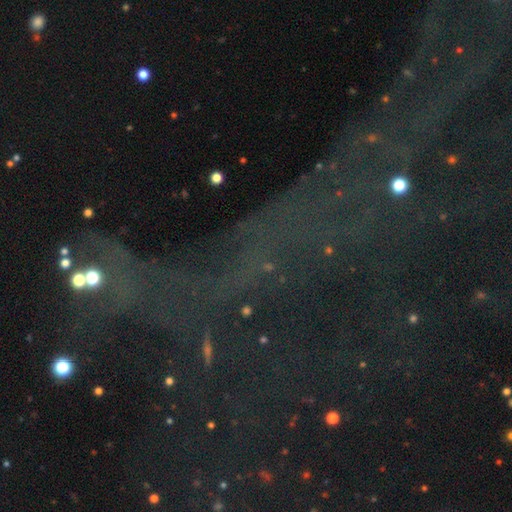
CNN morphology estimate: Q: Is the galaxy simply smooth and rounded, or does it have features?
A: star or artifact — 76%.